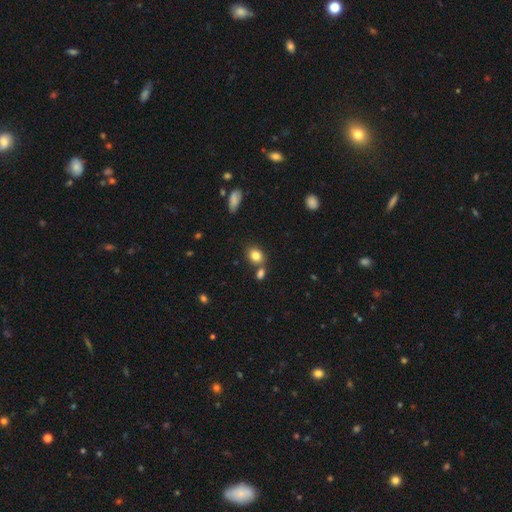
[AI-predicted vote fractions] The model was most divided on "how rounded": in between: 52%, round: 47%, cigar-shaped: 1%. More confident: smooth or featured — smooth (82%); merging — none (65%).